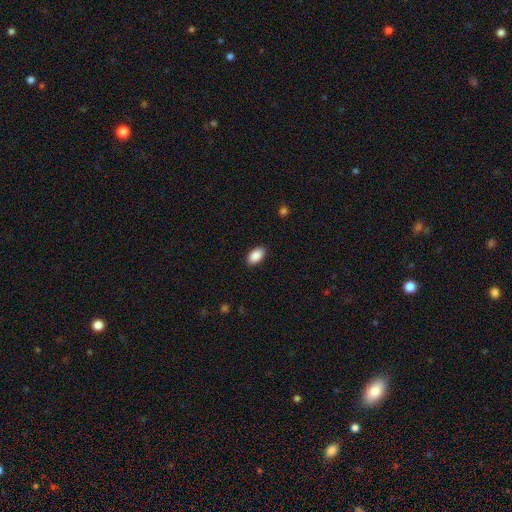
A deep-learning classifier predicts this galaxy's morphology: Q: Smooth or featured?
A: smooth (90%); runner-up: star or artifact (7%)
Q: How rounded?
A: in between (94%); runner-up: round (4%)
Q: Merging?
A: none (88%); runner-up: minor disturbance (9%)